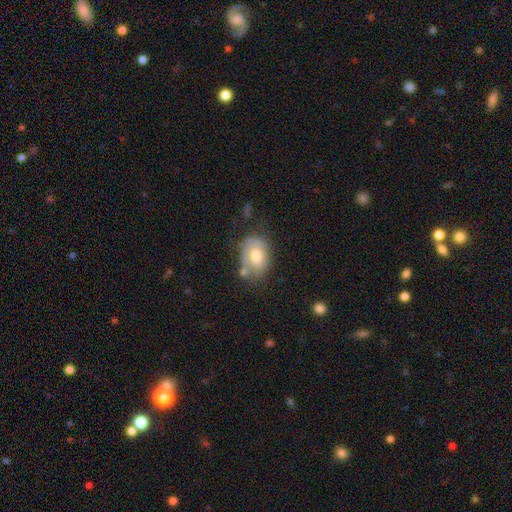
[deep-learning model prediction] Smooth or featured?
  - smooth: 66% *
  - featured or disk: 26%
  - star or artifact: 8%
How rounded?
  - in between: 77% *
  - round: 22%
  - cigar-shaped: 1%
Merging?
  - none: 52% *
  - minor disturbance: 27%
  - merger: 11%
  - major disturbance: 9%